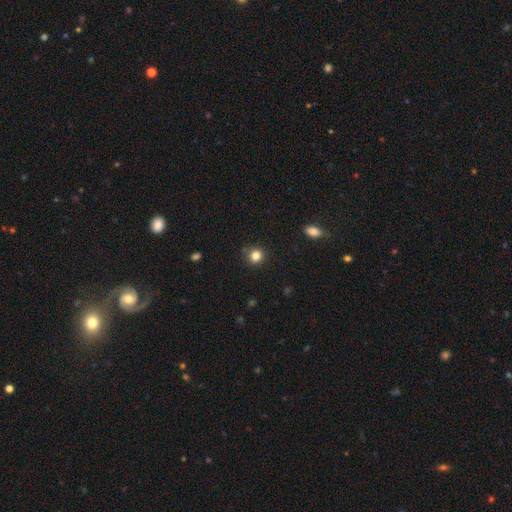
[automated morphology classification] Overall: smooth (83%). How rounded: round (88%). Merging: none (86%).